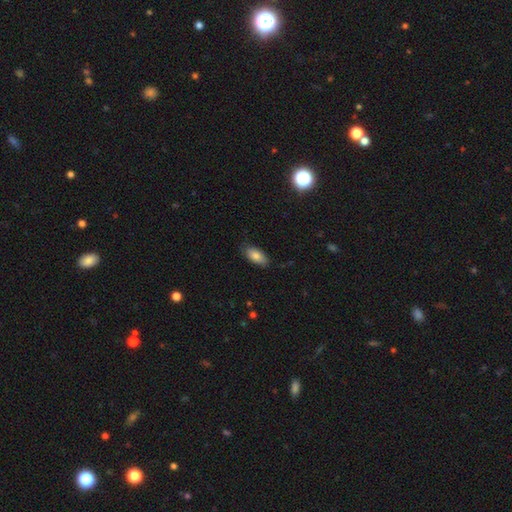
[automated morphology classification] Overall: smooth (82%). How rounded: in between (90%). Merging: none (80%).